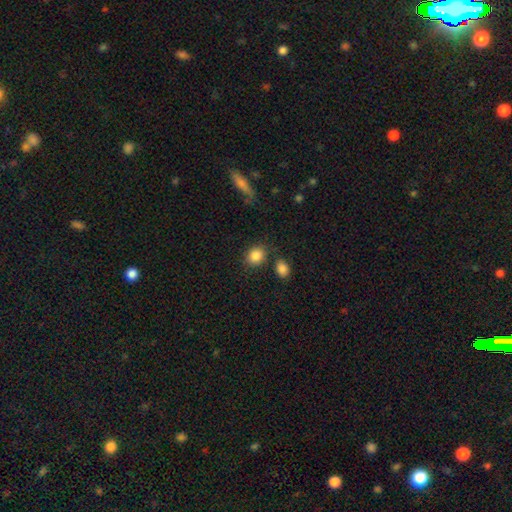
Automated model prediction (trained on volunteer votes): Smooth or featured: smooth — 87% (star or artifact — 8%)
How rounded: round — 62% (in between — 36%)
Merging: none — 74% (minor disturbance — 13%)